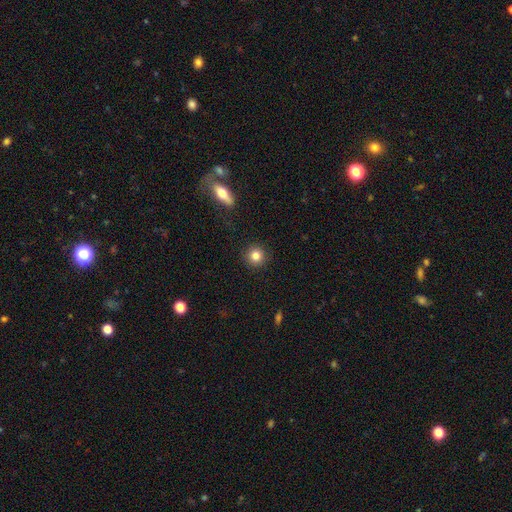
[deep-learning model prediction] A smooth galaxy with no disk features (83%) that is round (94%). Merging: none (91%).